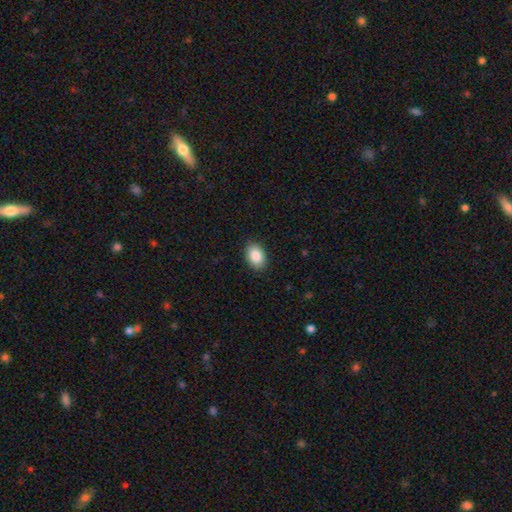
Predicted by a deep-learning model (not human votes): The model was most divided on "how rounded": in between: 86%, round: 13%, cigar-shaped: 1%. More confident: smooth or featured — smooth (89%); merging — none (88%).